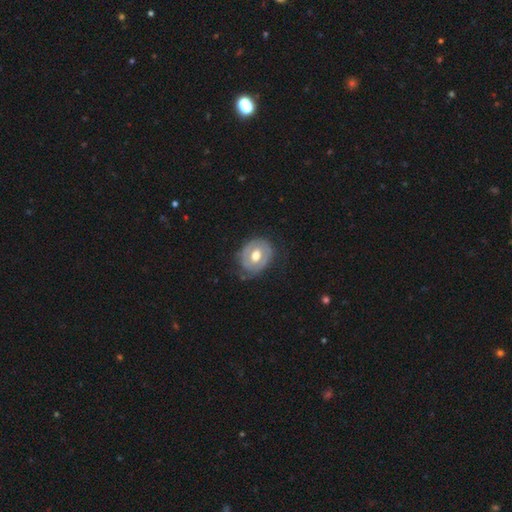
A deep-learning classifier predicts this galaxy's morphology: featured or disk 57%, smooth 37%, star or artifact 6%. Down the decision tree: edge-on disk — no (95%); bar — no (64%); spiral arms — no (62%); bulge size — moderate (70%); merging — none (67%).